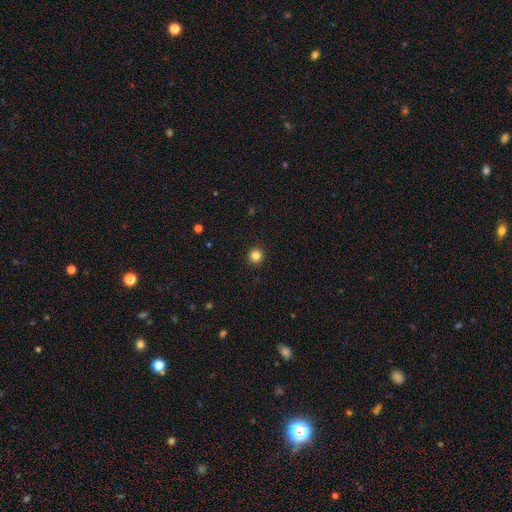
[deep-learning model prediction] smooth_or_featured: smooth (p=0.84) [alt: star or artifact p=0.12]
how_rounded: round (p=0.95) [alt: in between p=0.05]
merging: none (p=0.93) [alt: minor disturbance p=0.04]